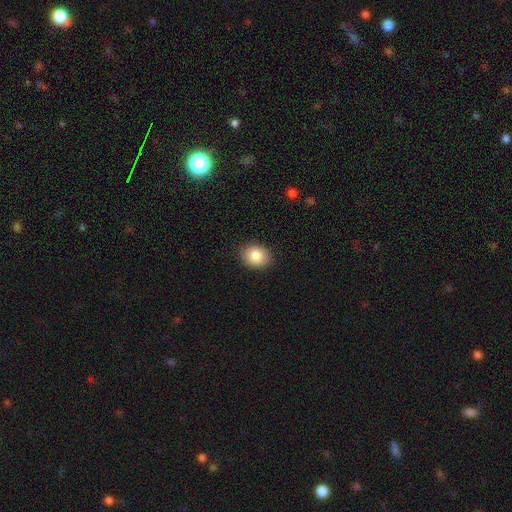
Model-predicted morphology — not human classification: Smooth or featured: smooth — 85% (star or artifact — 8%)
How rounded: in between — 55% (round — 44%)
Merging: none — 89% (minor disturbance — 8%)